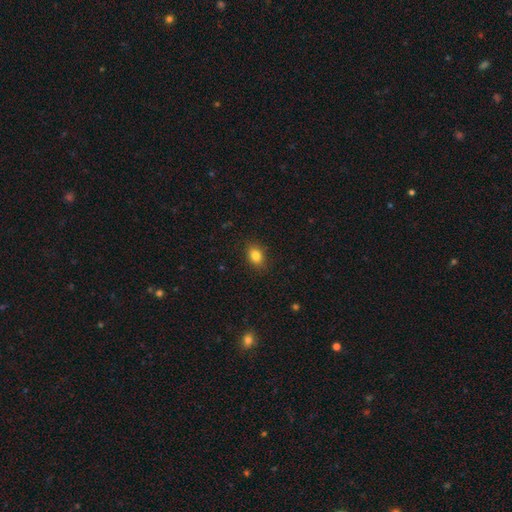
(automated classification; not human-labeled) Smooth or featured?
  - smooth: 83% *
  - star or artifact: 10%
  - featured or disk: 7%
How rounded?
  - in between: 66% *
  - round: 33%
  - cigar-shaped: 1%
Merging?
  - none: 88% *
  - minor disturbance: 9%
  - major disturbance: 2%
  - merger: 1%